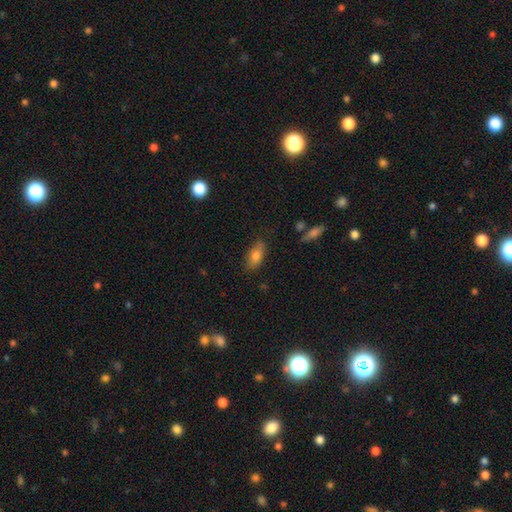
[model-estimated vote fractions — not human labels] smooth_or_featured: smooth (p=0.79) [alt: featured or disk p=0.13]
how_rounded: in between (p=0.84) [alt: cigar-shaped p=0.12]
merging: none (p=0.78) [alt: minor disturbance p=0.17]